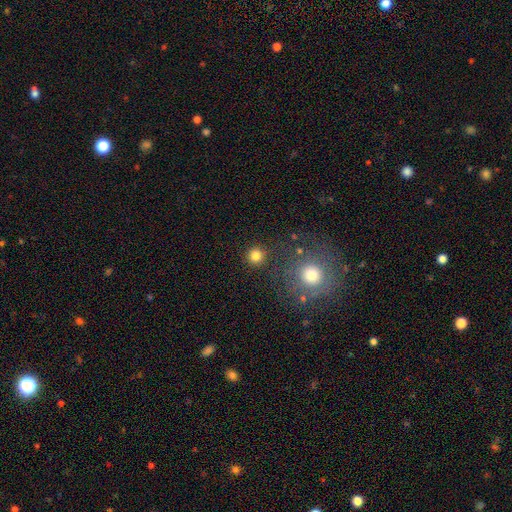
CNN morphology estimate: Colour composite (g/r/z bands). It shows a smooth galaxy with no disk features (81%) that is round (95%). Merging: none (86%).